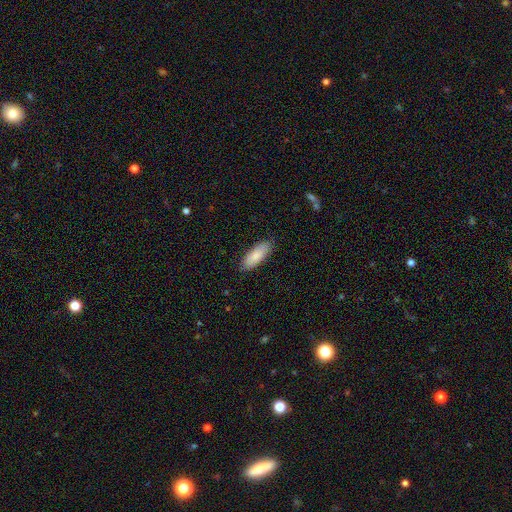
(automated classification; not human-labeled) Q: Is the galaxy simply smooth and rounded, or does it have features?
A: smooth — 84%.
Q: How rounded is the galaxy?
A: in between — 70%.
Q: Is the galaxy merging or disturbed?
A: none — 86%.